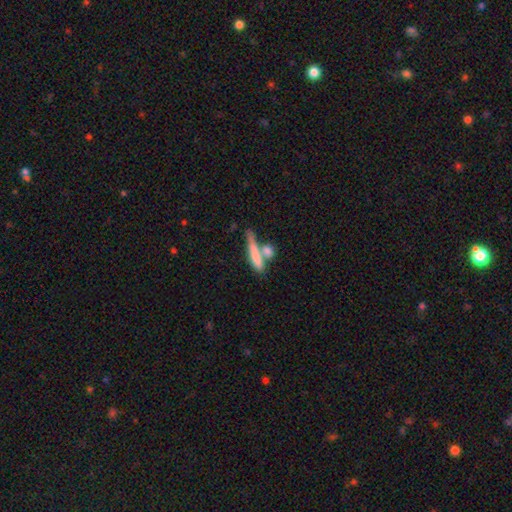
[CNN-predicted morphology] Smooth or featured? Predicted: smooth (p=0.69). How rounded? Predicted: cigar-shaped (p=0.75). Merging? Predicted: merger (p=0.40).